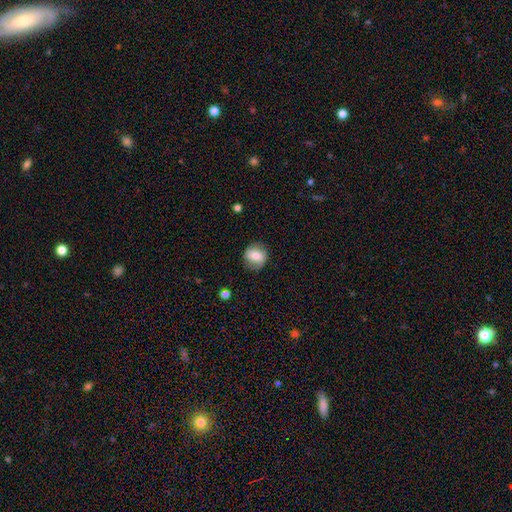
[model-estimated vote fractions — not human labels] smooth 73%, featured or disk 19%, star or artifact 8%. Down the decision tree: how rounded — round (80%); merging — none (79%).